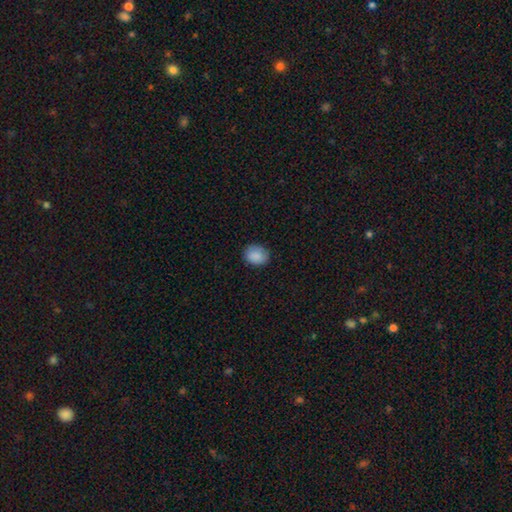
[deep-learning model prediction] Smooth or featured? smooth (88%)
How rounded? in between (51%)
Merging? none (83%)